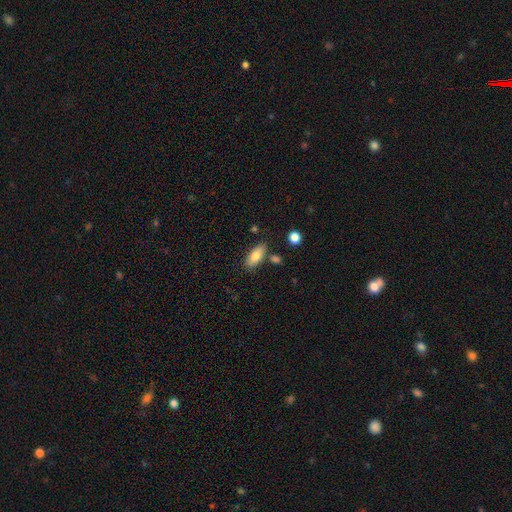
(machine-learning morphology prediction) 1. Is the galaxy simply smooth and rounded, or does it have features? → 80% smooth, 13% featured or disk, 7% star or artifact.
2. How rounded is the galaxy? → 83% in between, 14% cigar-shaped, 3% round.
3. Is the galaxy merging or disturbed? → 78% none, 13% minor disturbance, 6% merger, 3% major disturbance.